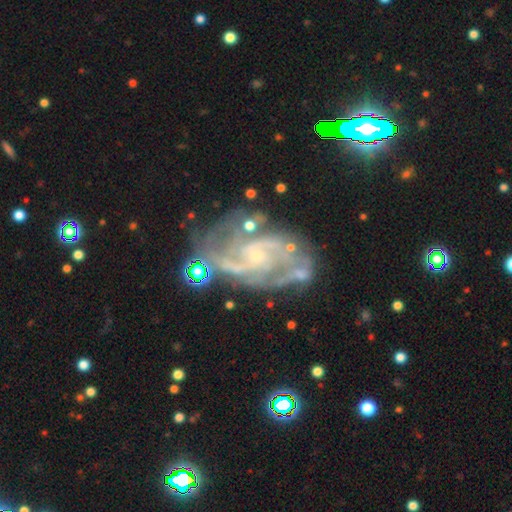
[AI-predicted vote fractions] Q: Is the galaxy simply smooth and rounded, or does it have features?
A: featured or disk — 88%.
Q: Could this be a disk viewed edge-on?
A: no — 97%.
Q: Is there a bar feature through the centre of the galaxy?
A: no — 59%.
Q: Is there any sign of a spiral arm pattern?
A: yes — 96%.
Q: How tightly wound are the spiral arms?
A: medium — 46%.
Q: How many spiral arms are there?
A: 2 — 40%.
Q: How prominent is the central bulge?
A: small — 80%.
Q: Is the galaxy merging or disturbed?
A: none — 64%.